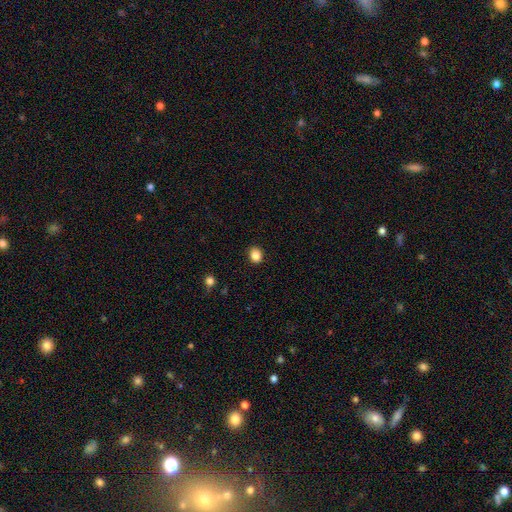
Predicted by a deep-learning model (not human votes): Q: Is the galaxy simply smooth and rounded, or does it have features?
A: smooth — 86%.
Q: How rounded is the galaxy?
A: round — 55%.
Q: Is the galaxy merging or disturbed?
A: none — 90%.